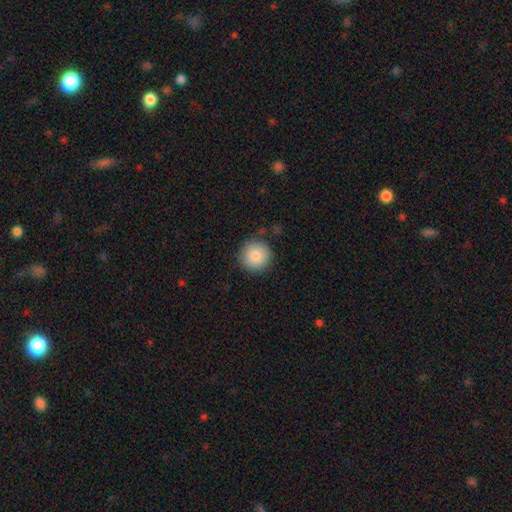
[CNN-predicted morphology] type=smooth (86%); roundness=round (95%); merging=none (81%).